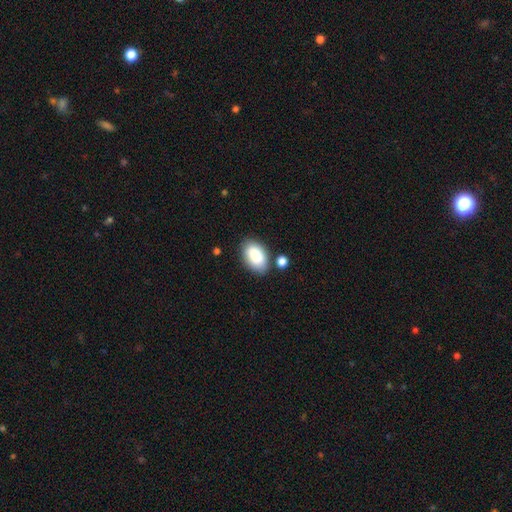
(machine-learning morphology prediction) Q: Smooth or featured?
A: smooth (86%); runner-up: featured or disk (7%)
Q: How rounded?
A: in between (94%); runner-up: round (5%)
Q: Merging?
A: none (76%); runner-up: minor disturbance (13%)